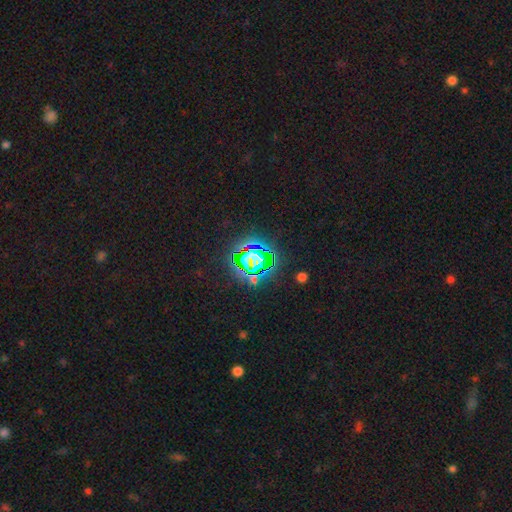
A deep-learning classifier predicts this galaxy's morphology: Overall: star or artifact (75%).